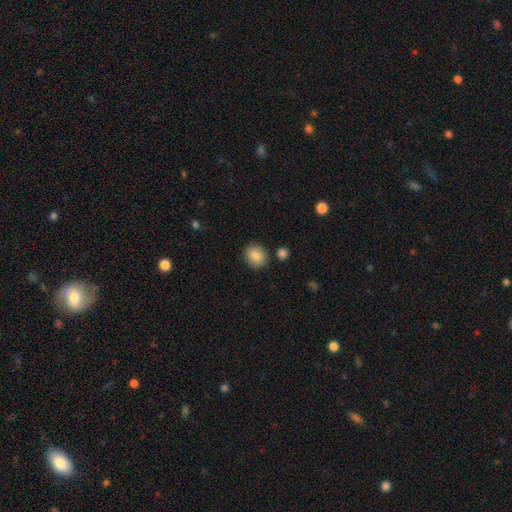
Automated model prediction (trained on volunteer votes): This is clearly a smooth galaxy (87%). How rounded: likely round (67%). Merging: clearly none (84%).